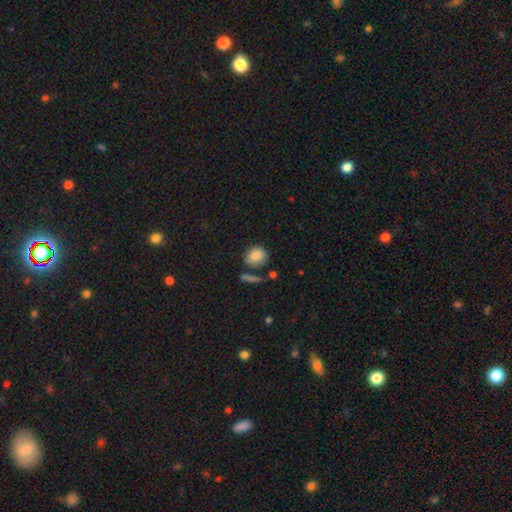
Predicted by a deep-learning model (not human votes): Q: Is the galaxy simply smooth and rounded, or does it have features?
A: smooth — 84%.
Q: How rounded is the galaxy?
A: round — 71%.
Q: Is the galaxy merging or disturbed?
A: none — 66%.